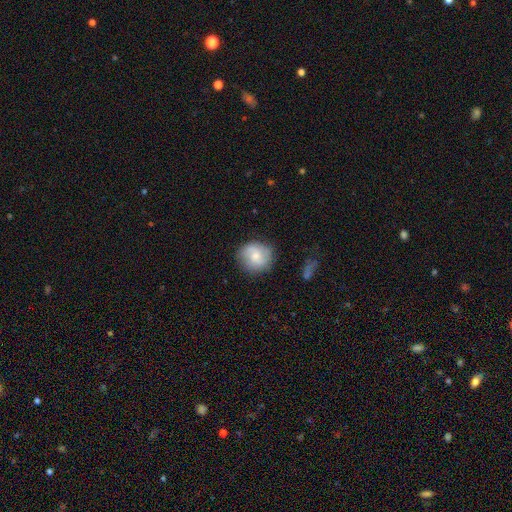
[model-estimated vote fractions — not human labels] Smooth or featured? smooth (49%)
Merging? none (77%)